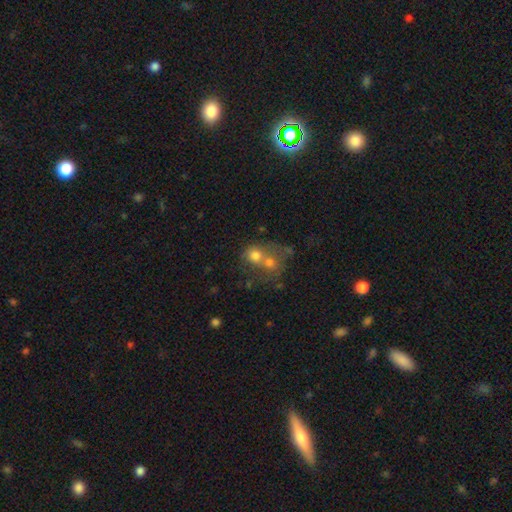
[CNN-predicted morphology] The model was most divided on "how rounded": round: 72%, in between: 27%, cigar-shaped: 1%. More confident: smooth or featured — smooth (68%); merging — merger (68%).